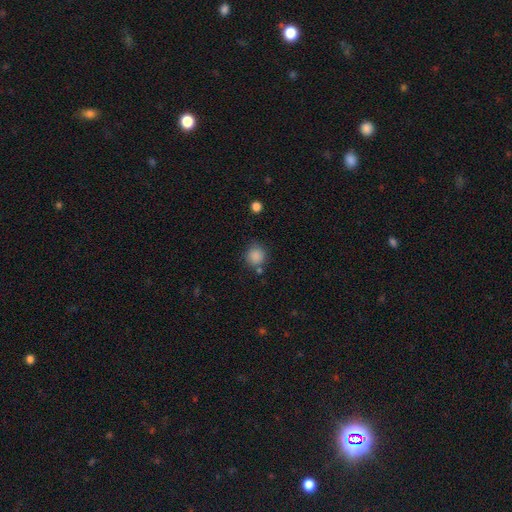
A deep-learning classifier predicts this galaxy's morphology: Smooth or featured: smooth — 86% (star or artifact — 10%)
How rounded: round — 88% (in between — 11%)
Merging: none — 74% (minor disturbance — 14%)